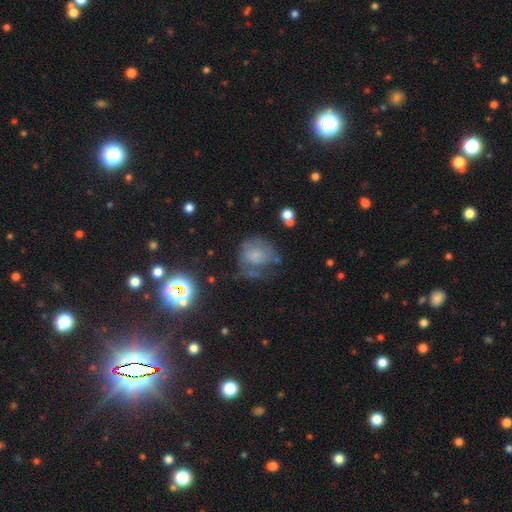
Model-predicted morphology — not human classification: A smooth galaxy with no disk features (54%) that is round (71%). Merging: none (39%).